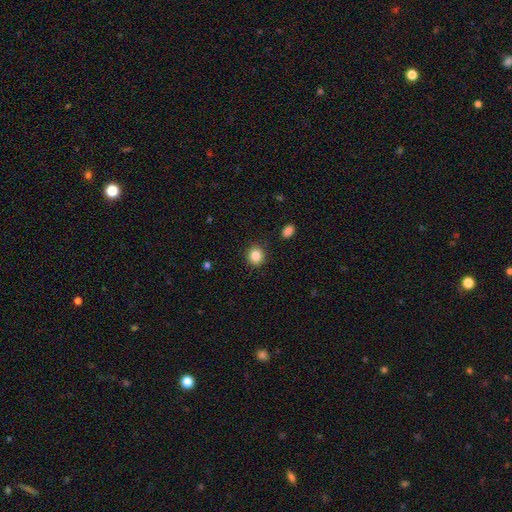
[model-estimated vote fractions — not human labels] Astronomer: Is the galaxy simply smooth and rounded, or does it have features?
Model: smooth — 86%.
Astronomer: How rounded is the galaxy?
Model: round — 81%.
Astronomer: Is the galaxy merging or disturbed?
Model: none — 88%.